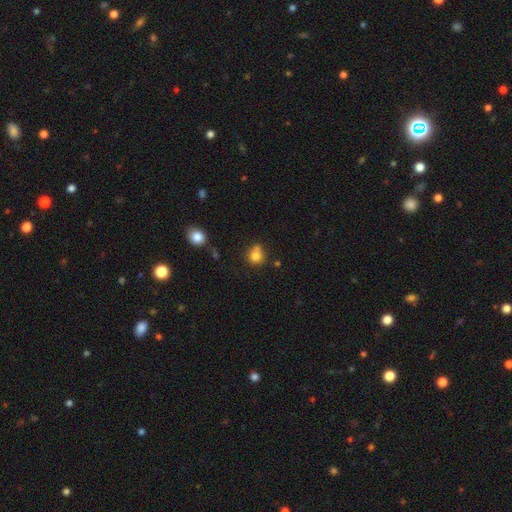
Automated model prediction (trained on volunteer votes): This is likely a smooth galaxy (78%). How rounded: clearly round (83%). Merging: possibly none (54%).